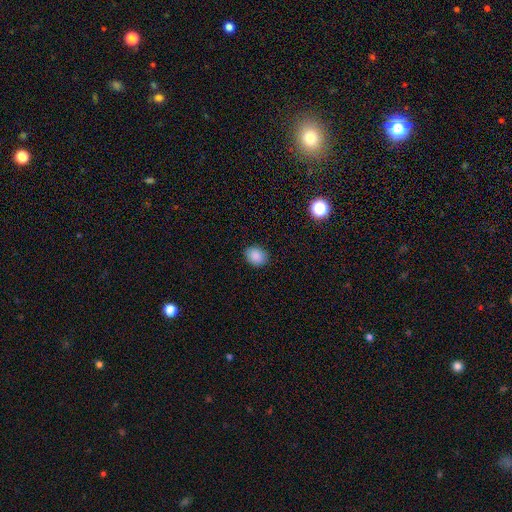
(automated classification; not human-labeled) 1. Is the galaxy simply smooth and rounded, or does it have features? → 88% smooth, 9% star or artifact, 3% featured or disk.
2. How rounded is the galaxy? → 55% round, 44% in between, 1% cigar-shaped.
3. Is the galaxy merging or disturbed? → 88% none, 9% minor disturbance, 2% major disturbance, 1% merger.